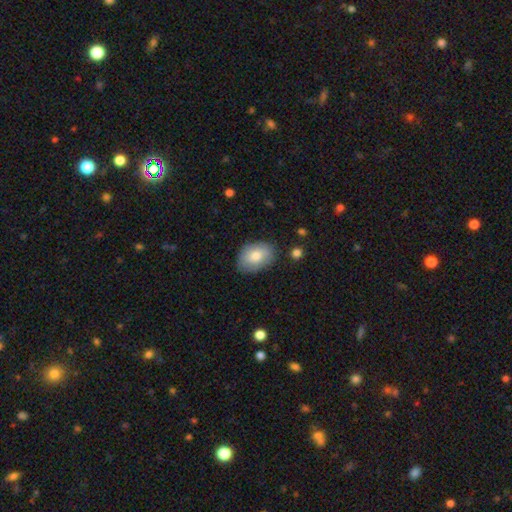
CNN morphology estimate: smooth-or-featured: smooth: 78% | featured or disk: 15% | star or artifact: 7%
  how-rounded: in between: 80% | round: 19% | cigar-shaped: 1%
  merging: none: 80% | minor disturbance: 15% | major disturbance: 3% | merger: 1%